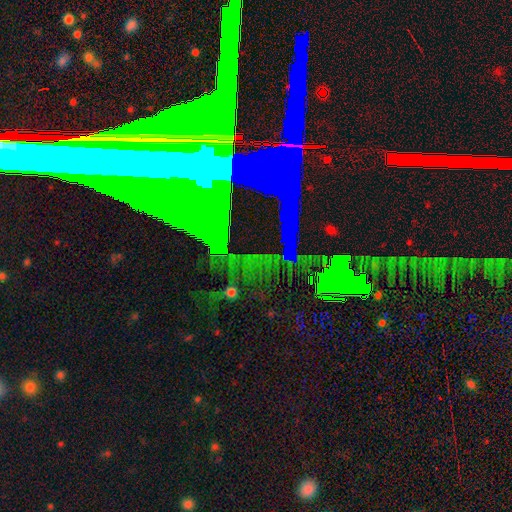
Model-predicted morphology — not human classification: Smooth or featured? star or artifact (76%)